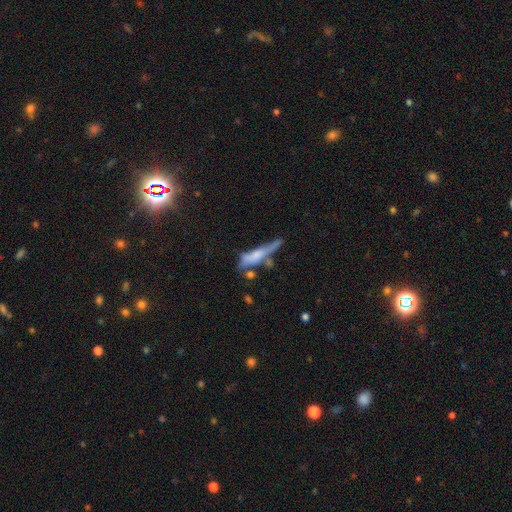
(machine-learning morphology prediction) Q: Smooth or featured?
A: smooth (54%); runner-up: featured or disk (37%)
Q: How rounded?
A: cigar-shaped (80%); runner-up: in between (18%)
Q: Merging?
A: none (34%); runner-up: minor disturbance (25%)